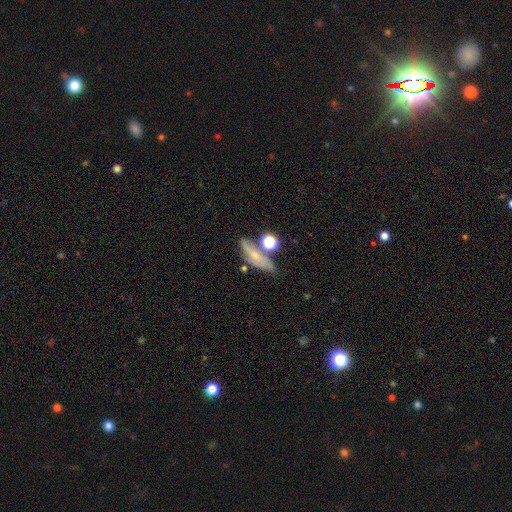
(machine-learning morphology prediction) This is possibly a smooth galaxy (49%). Merging: possibly none (52%).